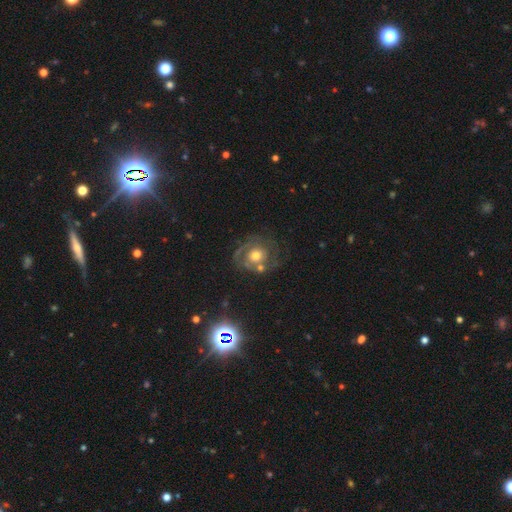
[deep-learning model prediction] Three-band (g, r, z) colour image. It shows a featured or disk galaxy (70%) with no bar (82%), 2 (43%) tight (53%) spiral arms (80%) and a moderate central bulge (67%). Merging: none (61%).